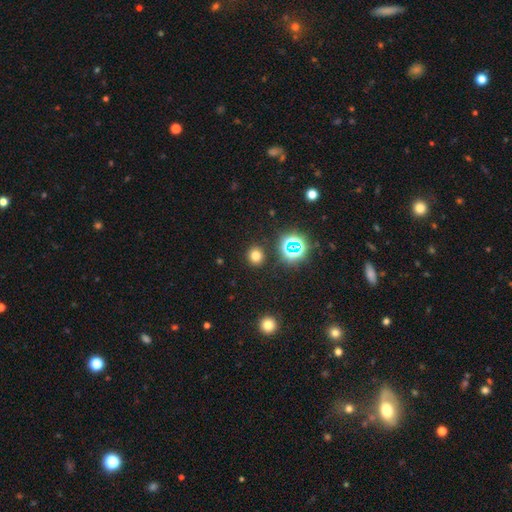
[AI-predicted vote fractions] Smooth or featured?
  - smooth: 72% *
  - star or artifact: 22%
  - featured or disk: 6%
How rounded?
  - round: 84% *
  - in between: 15%
  - cigar-shaped: 1%
Merging?
  - none: 90% *
  - minor disturbance: 6%
  - major disturbance: 2%
  - merger: 2%